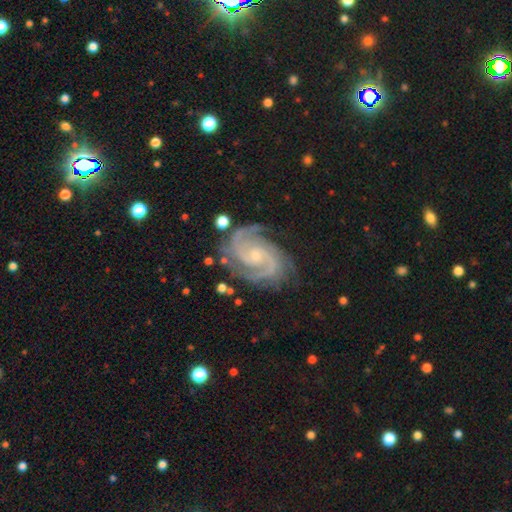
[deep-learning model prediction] This appears to be a featured or disk galaxy (92%) with no bar (61%), 2 (70%) tight (48%) spiral arms (99%) and a small central bulge (72%). Merging: none (77%).